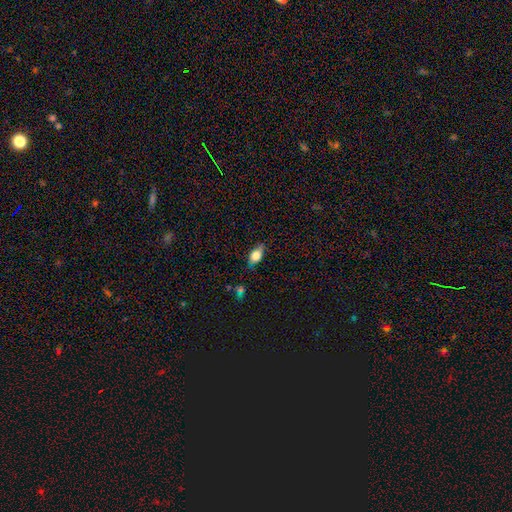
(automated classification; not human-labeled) Morphology: type=smooth (71%); roundness=in between (83%); merging=none (76%).